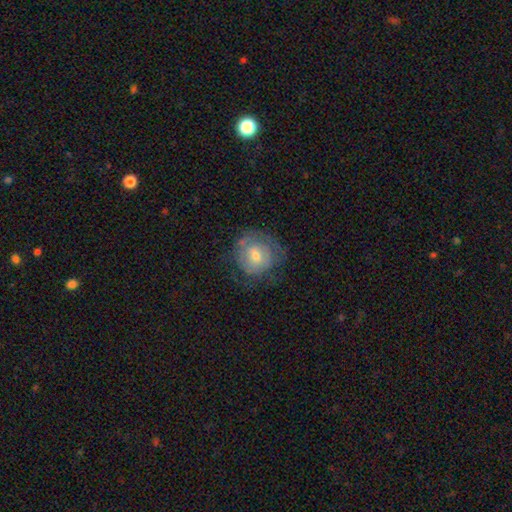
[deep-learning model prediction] A featured or disk galaxy (48%).

Vote fractions:
- Smooth or featured? featured or disk: 48% / smooth: 44% / star or artifact: 8%
- Merging? none: 59% / minor disturbance: 24% / major disturbance: 16% / merger: 2%